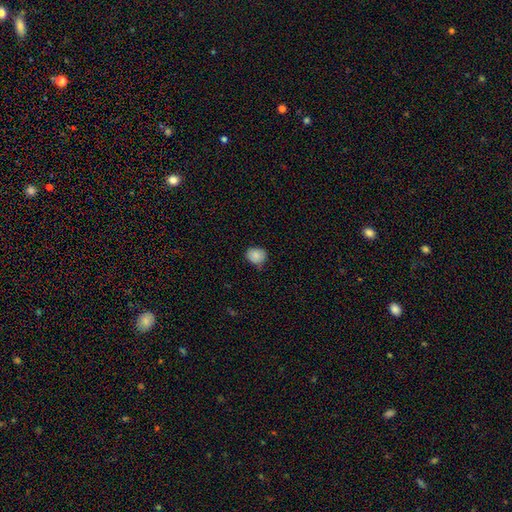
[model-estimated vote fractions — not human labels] smooth-or-featured: smooth: 85% | star or artifact: 9% | featured or disk: 6%
  how-rounded: round: 67% | in between: 32% | cigar-shaped: 1%
  merging: none: 70% | minor disturbance: 25% | major disturbance: 3% | merger: 2%